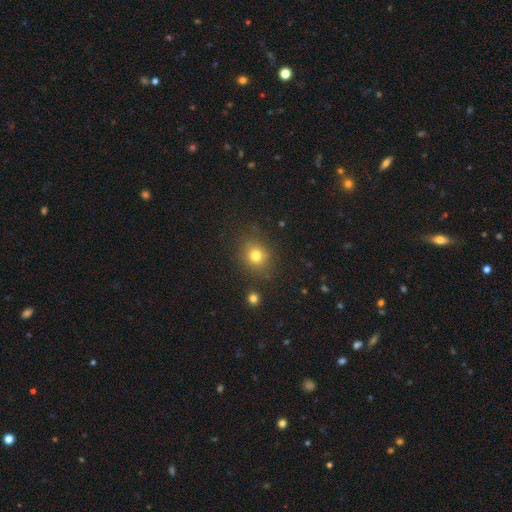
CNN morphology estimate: type=smooth (77%); roundness=round (73%); merging=none (82%).